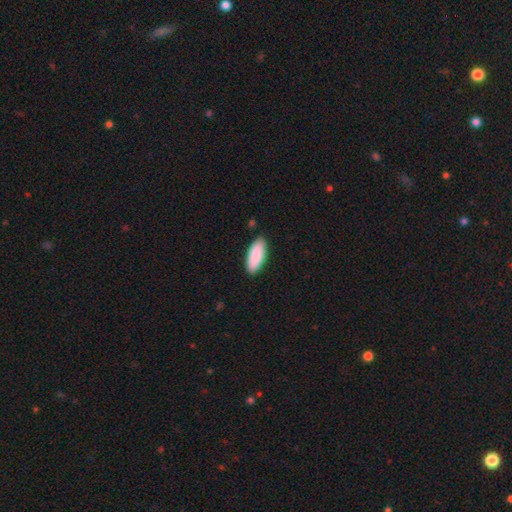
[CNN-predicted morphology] Smooth or featured? smooth (90%)
How rounded? in between (81%)
Merging? none (87%)